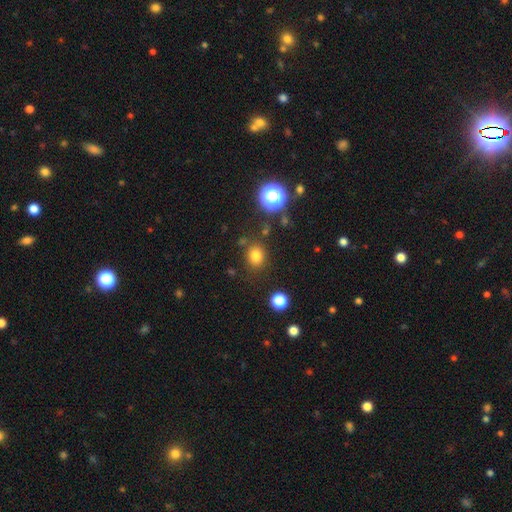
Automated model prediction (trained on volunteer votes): The model was most divided on "how rounded": round: 69%, in between: 30%, cigar-shaped: 1%. More confident: merging — none (81%); smooth or featured — smooth (78%).